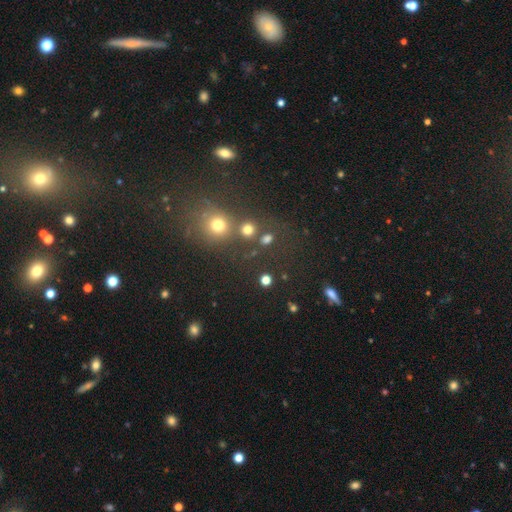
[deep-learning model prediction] This is possibly a star or artifact rather than a galaxy (49%).